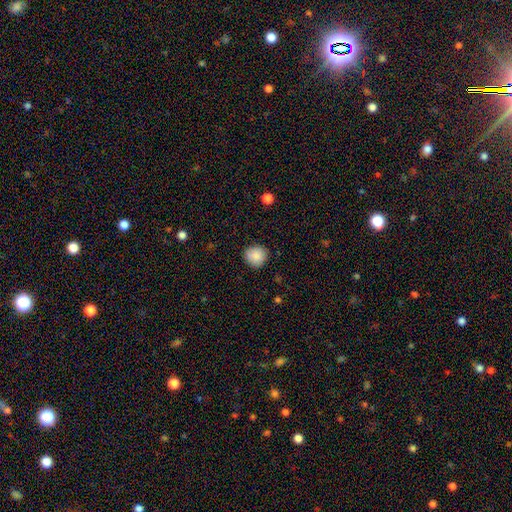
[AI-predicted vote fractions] The model was most divided on "smooth or featured": smooth: 87%, star or artifact: 8%, featured or disk: 4%. More confident: how rounded — round (89%); merging — none (88%).